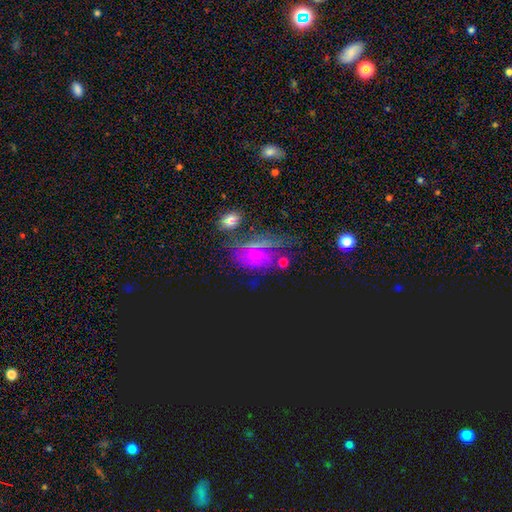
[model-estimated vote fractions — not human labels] Q: Smooth or featured?
A: featured or disk (35%); runner-up: star or artifact (34%)
Q: Merging?
A: none (54%); runner-up: minor disturbance (21%)